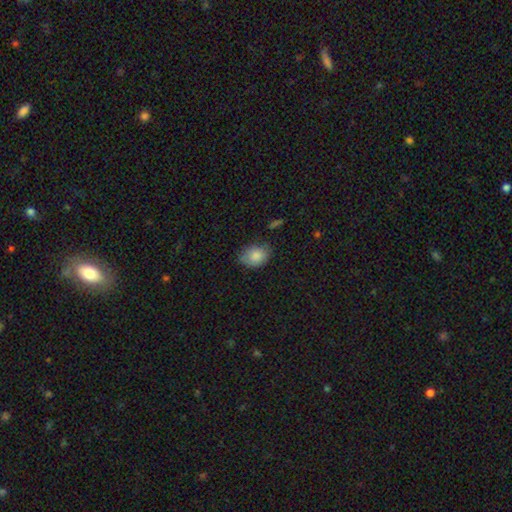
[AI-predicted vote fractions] This is clearly a smooth galaxy (84%). How rounded: likely in between (66%). Merging: likely none (68%).